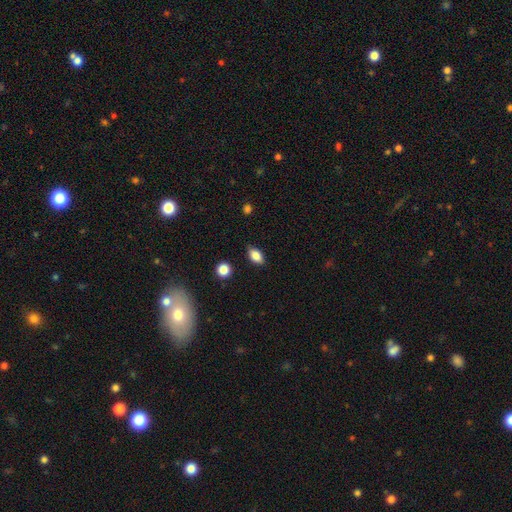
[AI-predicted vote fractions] Smooth or featured: smooth — 83% (featured or disk — 9%)
How rounded: in between — 87% (round — 9%)
Merging: none — 84% (minor disturbance — 12%)